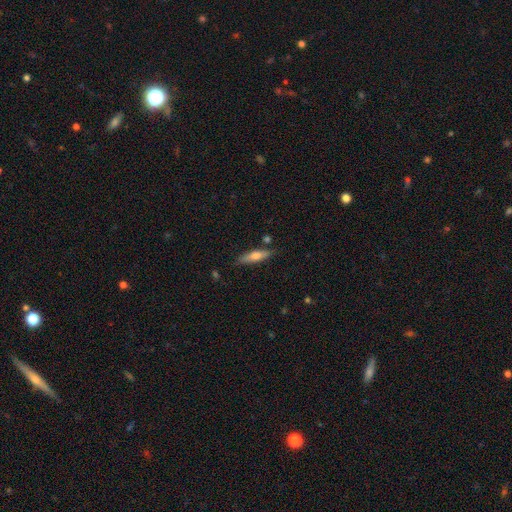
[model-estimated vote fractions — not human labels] smooth 56%, featured or disk 37%, star or artifact 6%. Down the decision tree: how rounded — cigar-shaped (74%); merging — none (80%).